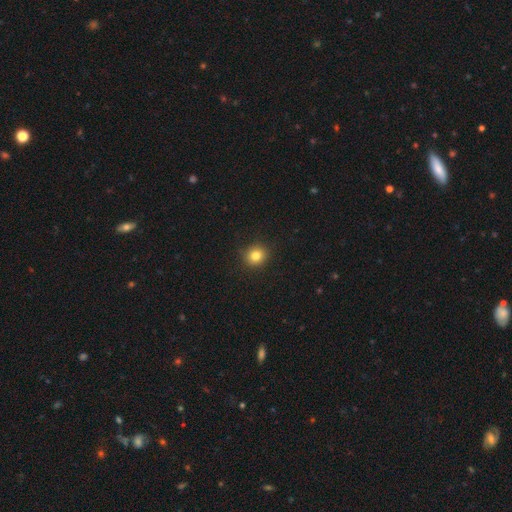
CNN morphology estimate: Smooth or featured: smooth — 82% (star or artifact — 12%)
How rounded: round — 86% (in between — 13%)
Merging: none — 90% (minor disturbance — 7%)